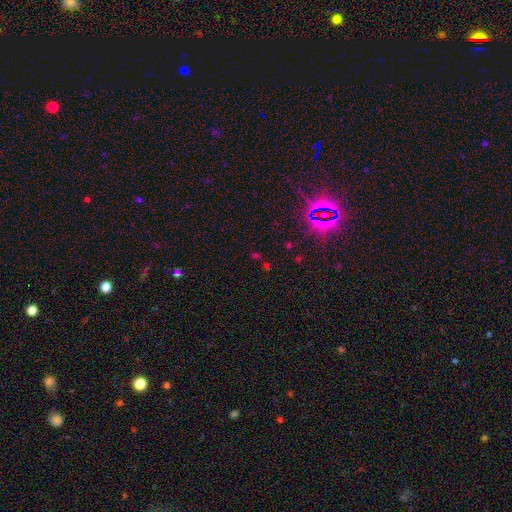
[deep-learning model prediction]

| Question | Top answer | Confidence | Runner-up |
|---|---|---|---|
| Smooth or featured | star or artifact | 64% | smooth (27%) |